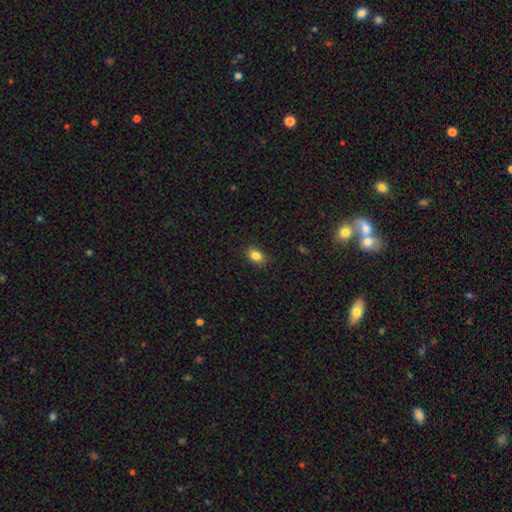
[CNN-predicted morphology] A smooth galaxy with no disk features (84%) that is in between round and cigar-shaped (78%). Merging: none (88%).